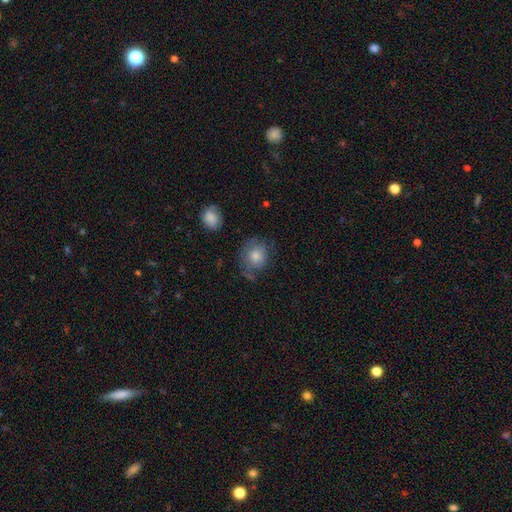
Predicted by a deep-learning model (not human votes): smooth-or-featured: smooth: 64% | featured or disk: 25% | star or artifact: 11%
  how-rounded: round: 69% | in between: 30% | cigar-shaped: 1%
  merging: none: 60% | minor disturbance: 25% | major disturbance: 12% | merger: 3%